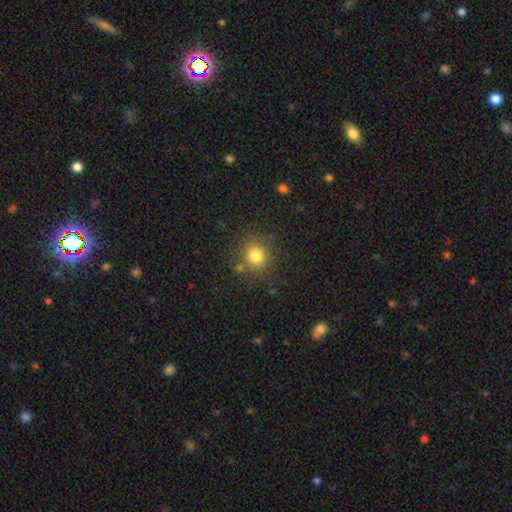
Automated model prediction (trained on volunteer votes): A smooth galaxy with no disk features (79%) that is round (88%).

Vote fractions:
- Smooth or featured? smooth: 79% / star or artifact: 14% / featured or disk: 7%
- How rounded? round: 88% / in between: 11% / cigar-shaped: 1%
- Merging? none: 81% / minor disturbance: 9% / merger: 6% / major disturbance: 4%